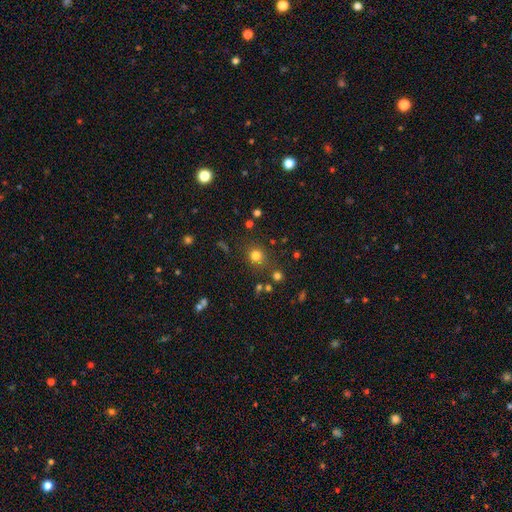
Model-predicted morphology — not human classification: type=smooth (77%); roundness=round (86%); merging=none (78%).